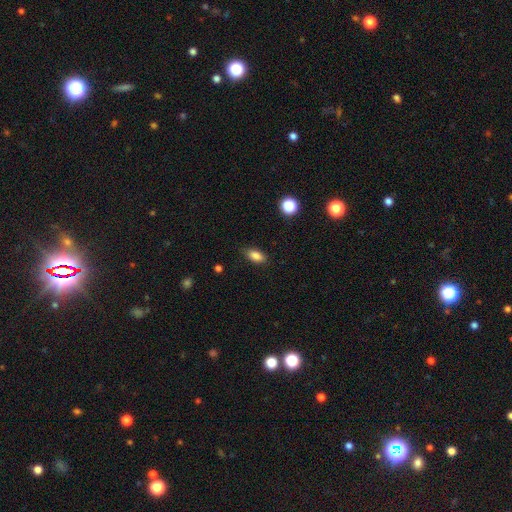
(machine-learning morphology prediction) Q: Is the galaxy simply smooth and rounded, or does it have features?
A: smooth — 84%.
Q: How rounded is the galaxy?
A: in between — 87%.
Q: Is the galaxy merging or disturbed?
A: none — 83%.